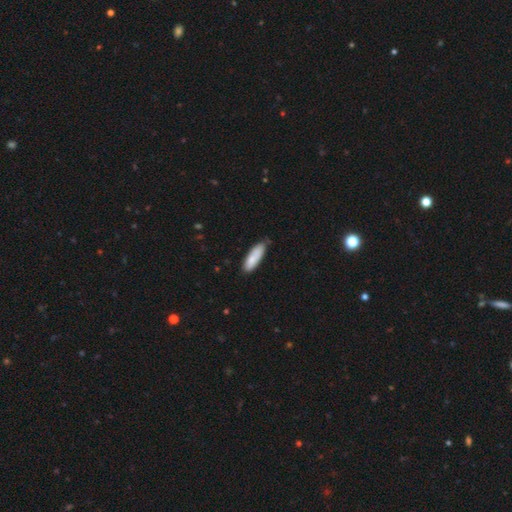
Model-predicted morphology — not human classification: smooth_or_featured: smooth (p=0.82) [alt: featured or disk p=0.12]
how_rounded: in between (p=0.51) [alt: cigar-shaped p=0.47]
merging: none (p=0.73) [alt: minor disturbance p=0.22]